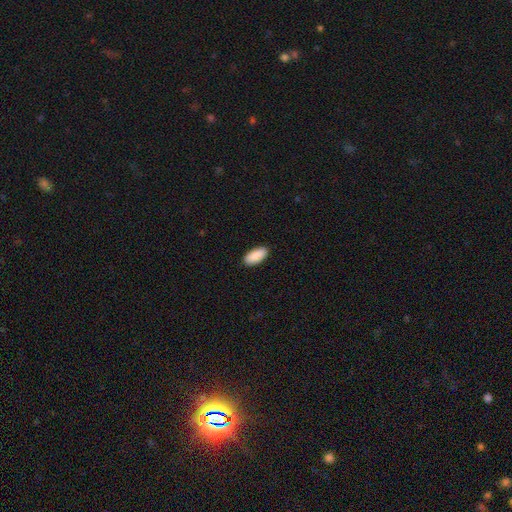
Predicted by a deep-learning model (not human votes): A smooth galaxy with no disk features (91%) that is in between round and cigar-shaped (90%). Merging: none (90%).